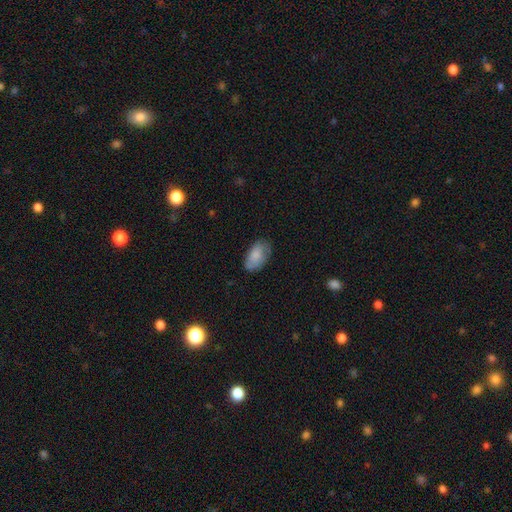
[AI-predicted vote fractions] Smooth or featured: smooth — 83% (featured or disk — 10%)
How rounded: in between — 94% (round — 3%)
Merging: none — 70% (minor disturbance — 23%)